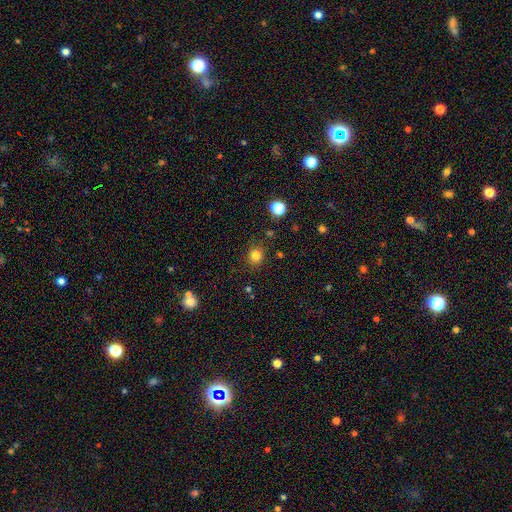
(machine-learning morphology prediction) Q: Smooth or featured?
A: smooth (81%); runner-up: star or artifact (14%)
Q: How rounded?
A: round (81%); runner-up: in between (18%)
Q: Merging?
A: none (84%); runner-up: minor disturbance (10%)